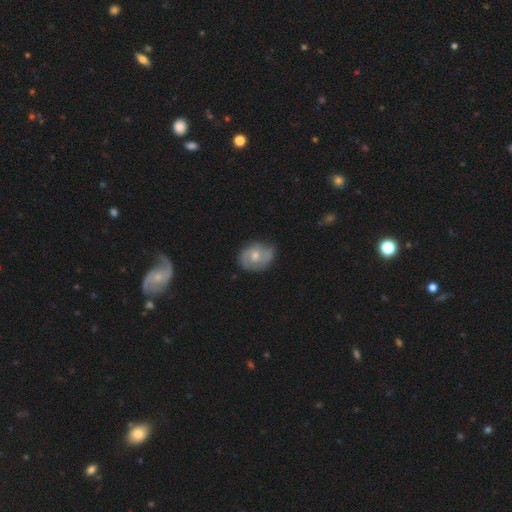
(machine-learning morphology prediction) Smooth or featured?
  - featured or disk: 62% *
  - smooth: 32%
  - star or artifact: 6%
Edge-on disk?
  - no: 97% *
  - yes: 3%
Bar?
  - no: 64% *
  - weak: 32%
  - strong: 4%
Spiral arms?
  - yes: 83% *
  - no: 17%
Spiral winding?
  - medium: 42% *
  - tight: 39%
  - loose: 19%
Spiral arm count?
  - 2: 65% *
  - can't tell: 19%
  - 1: 8%
  - 3: 5%
  - 4: 2%
  - more than 4: 2%
Bulge size?
  - moderate: 60% *
  - small: 34%
  - large: 3%
  - none: 2%
  - dominant: 1%
Merging?
  - none: 64% *
  - minor disturbance: 27%
  - major disturbance: 7%
  - merger: 2%